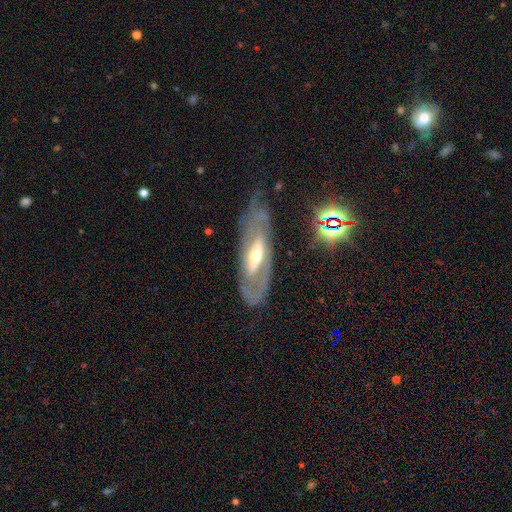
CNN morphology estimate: Smooth or featured?
  - featured or disk: 77% *
  - smooth: 16%
  - star or artifact: 7%
Edge-on disk?
  - no: 79% *
  - yes: 21%
Bar?
  - no: 35% *
  - weak: 34%
  - strong: 31%
Spiral arms?
  - yes: 65% *
  - no: 35%
Bulge size?
  - moderate: 60% *
  - small: 32%
  - large: 6%
  - dominant: 1%
  - none: 1%
Merging?
  - none: 64% *
  - minor disturbance: 22%
  - major disturbance: 12%
  - merger: 2%